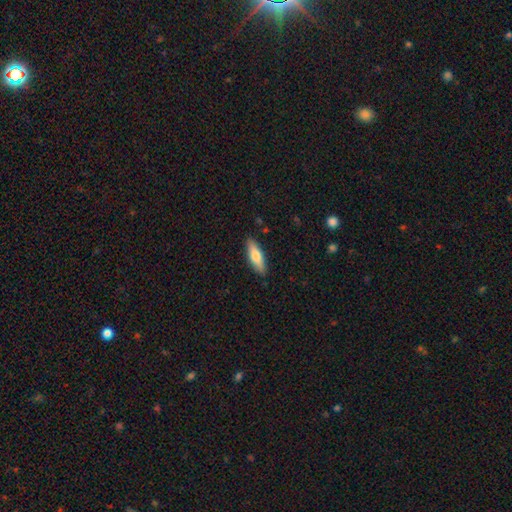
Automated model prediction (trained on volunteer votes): smooth-or-featured: smooth: 72% | featured or disk: 22% | star or artifact: 6%
  how-rounded: in between: 52% | cigar-shaped: 46% | round: 2%
  merging: none: 87% | minor disturbance: 9% | major disturbance: 2% | merger: 1%